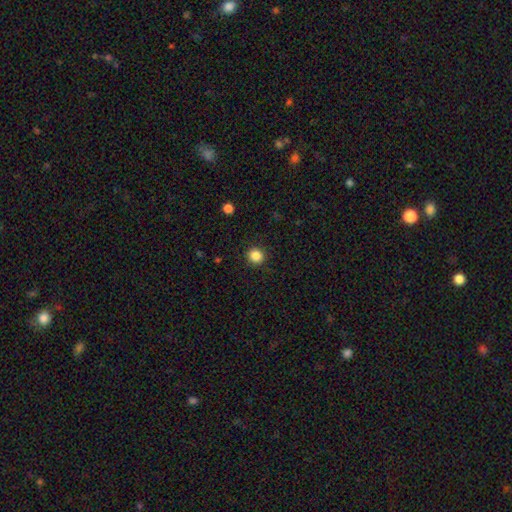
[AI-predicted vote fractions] This appears to be a smooth galaxy with no disk features (86%) that is round (92%). Merging: none (92%).